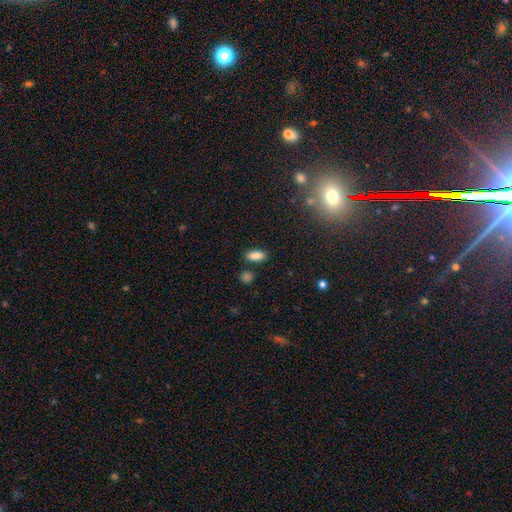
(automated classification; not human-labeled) A smooth galaxy with no disk features (86%) that is in between round and cigar-shaped (82%).

Vote fractions:
- Smooth or featured? smooth: 86% / star or artifact: 9% / featured or disk: 5%
- How rounded? in between: 82% / cigar-shaped: 15% / round: 3%
- Merging? none: 83% / minor disturbance: 10% / merger: 4% / major disturbance: 3%